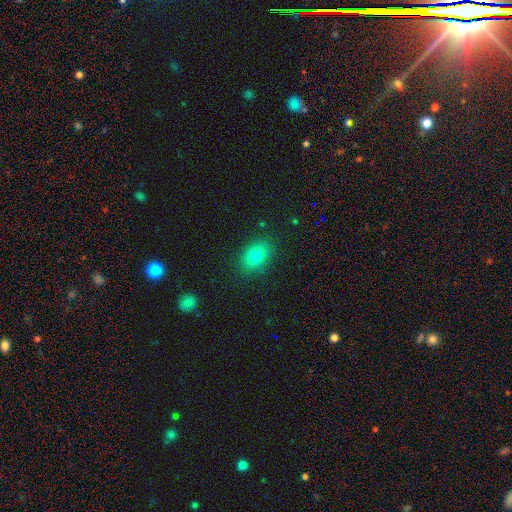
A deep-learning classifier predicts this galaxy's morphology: smooth_or_featured: smooth (p=0.81) [alt: star or artifact p=0.11]
how_rounded: in between (p=0.81) [alt: round p=0.18]
merging: none (p=0.85) [alt: minor disturbance p=0.11]